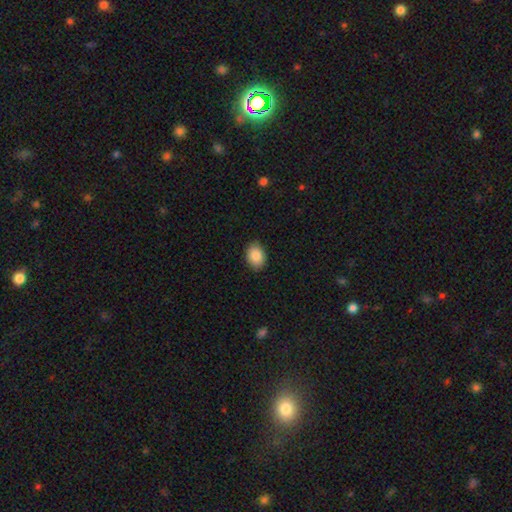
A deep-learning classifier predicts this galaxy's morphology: Smooth or featured?
  - smooth: 88% *
  - star or artifact: 7%
  - featured or disk: 4%
How rounded?
  - in between: 76% *
  - round: 23%
  - cigar-shaped: 1%
Merging?
  - none: 87% *
  - minor disturbance: 10%
  - major disturbance: 2%
  - merger: 1%